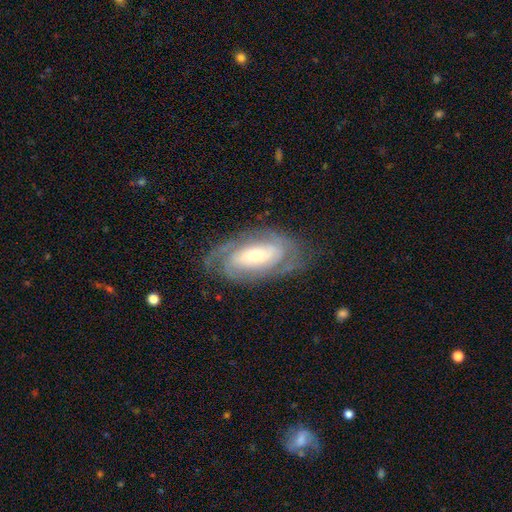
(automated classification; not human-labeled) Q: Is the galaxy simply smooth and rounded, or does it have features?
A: featured or disk — 77%.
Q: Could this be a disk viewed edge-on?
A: no — 93%.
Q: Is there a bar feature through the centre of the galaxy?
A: no — 55%.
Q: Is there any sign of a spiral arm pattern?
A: yes — 89%.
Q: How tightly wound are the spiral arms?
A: tight — 63%.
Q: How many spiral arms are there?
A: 2 — 39%.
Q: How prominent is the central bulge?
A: small — 60%.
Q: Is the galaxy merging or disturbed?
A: none — 74%.